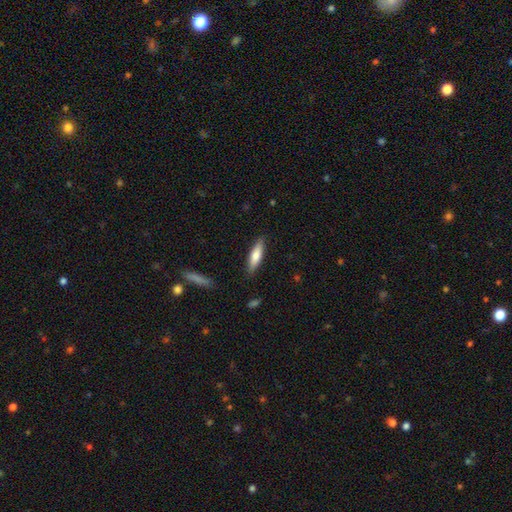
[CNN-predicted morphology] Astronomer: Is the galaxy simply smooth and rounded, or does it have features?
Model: smooth — 72%.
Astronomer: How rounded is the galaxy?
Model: cigar-shaped — 69%.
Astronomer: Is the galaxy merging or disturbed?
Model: none — 87%.